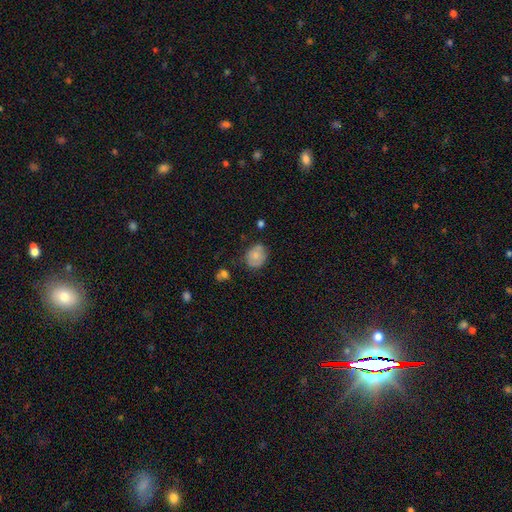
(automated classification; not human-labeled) A smooth galaxy with no disk features (73%) that is round (56%). Merging: none (64%).